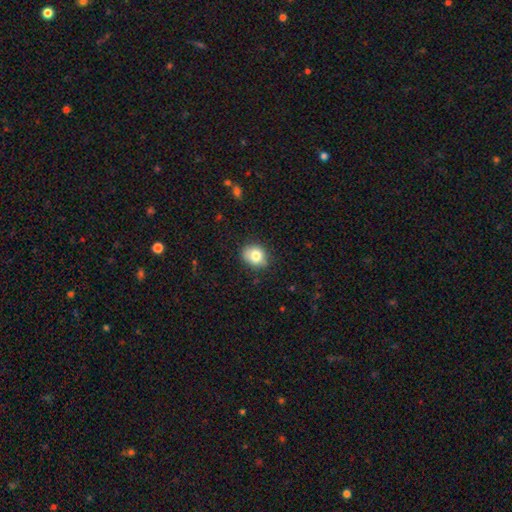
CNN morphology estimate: Smooth or featured? Predicted: smooth (p=0.81). How rounded? Predicted: round (p=0.57). Merging? Predicted: none (p=0.78).